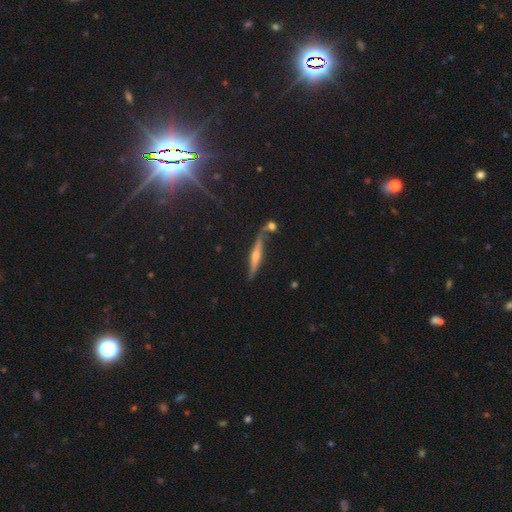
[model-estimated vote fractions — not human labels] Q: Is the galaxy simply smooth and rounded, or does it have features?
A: featured or disk — 70%.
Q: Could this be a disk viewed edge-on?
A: yes — 93%.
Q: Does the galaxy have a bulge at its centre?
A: rounded — 86%.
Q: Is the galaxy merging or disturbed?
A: none — 66%.